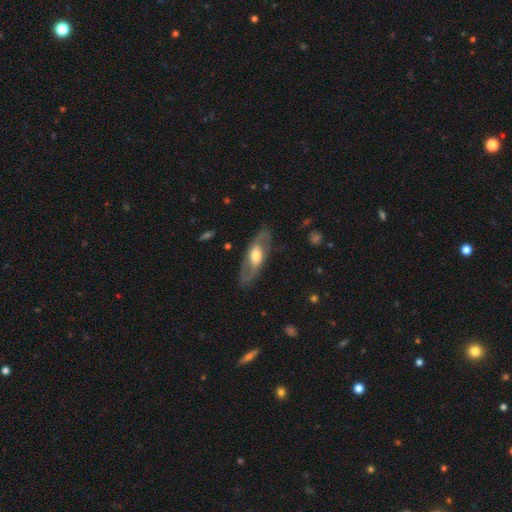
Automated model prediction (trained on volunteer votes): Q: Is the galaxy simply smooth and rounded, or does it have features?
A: featured or disk — 66%.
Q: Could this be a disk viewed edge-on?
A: no — 80%.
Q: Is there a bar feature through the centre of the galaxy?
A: no — 51%.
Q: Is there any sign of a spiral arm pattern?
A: yes — 61%.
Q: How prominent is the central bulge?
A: moderate — 57%.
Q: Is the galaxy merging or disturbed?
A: none — 79%.